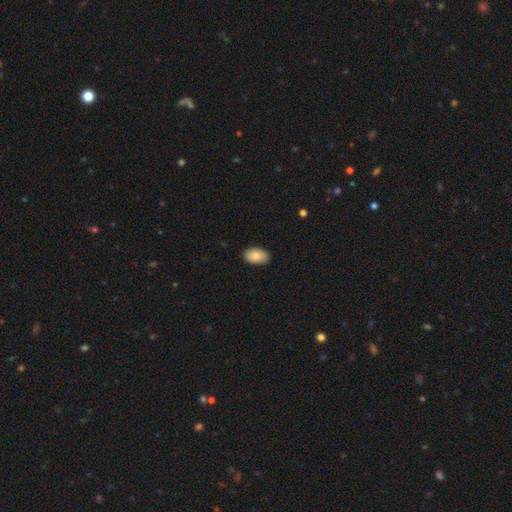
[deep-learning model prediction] smooth-or-featured: smooth: 87% | featured or disk: 6% | star or artifact: 6%
  how-rounded: in between: 93% | round: 5% | cigar-shaped: 1%
  merging: none: 89% | minor disturbance: 9% | major disturbance: 2% | merger: 1%